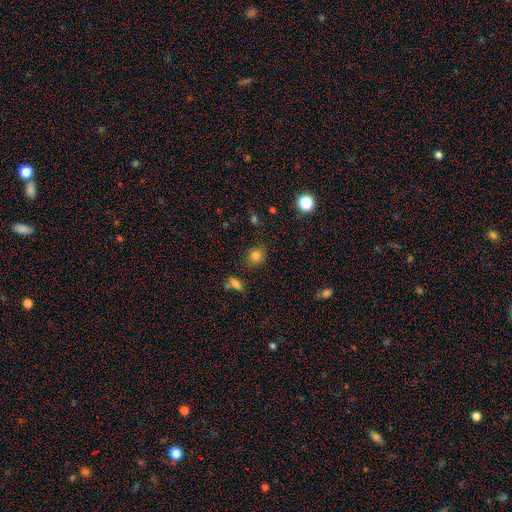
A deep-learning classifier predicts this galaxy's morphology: Smooth or featured: smooth — 80% (star or artifact — 13%)
How rounded: round — 73% (in between — 26%)
Merging: none — 84% (minor disturbance — 11%)